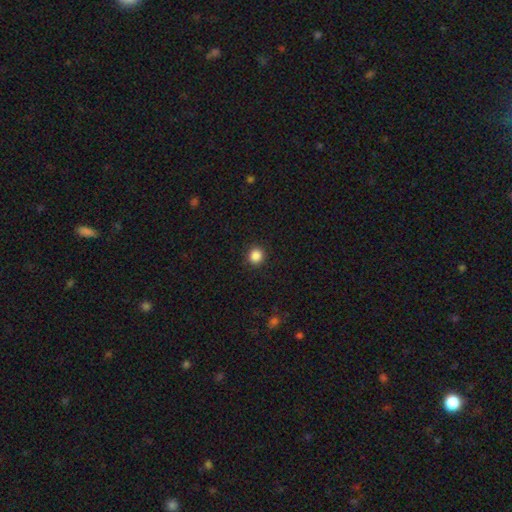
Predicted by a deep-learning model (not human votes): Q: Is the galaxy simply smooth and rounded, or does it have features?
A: smooth — 86%.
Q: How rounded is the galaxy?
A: round — 91%.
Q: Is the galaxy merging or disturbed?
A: none — 91%.